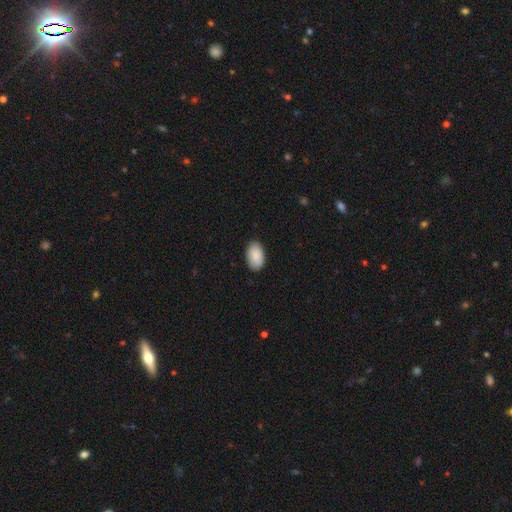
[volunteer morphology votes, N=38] This is clearly a smooth galaxy (95%). How rounded: clearly in between (94%). Merging: clearly none (97%).